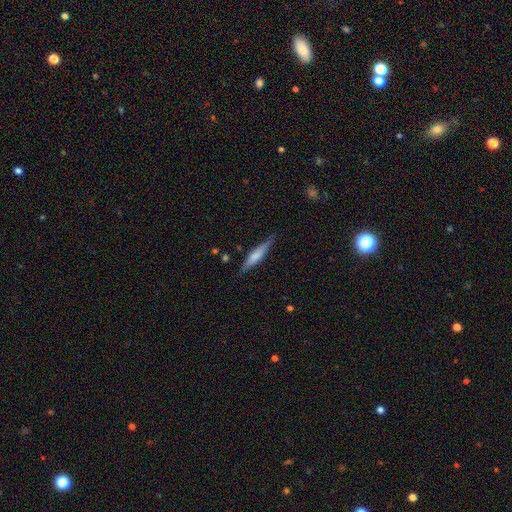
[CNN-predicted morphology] type=smooth (50%); roundness=cigar-shaped (88%); merging=none (84%).